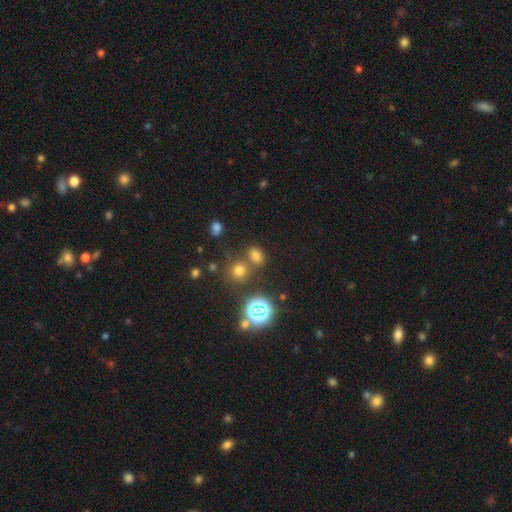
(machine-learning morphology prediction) This is likely a smooth galaxy (67%). How rounded: likely in between (65%). Merging: likely none (67%).